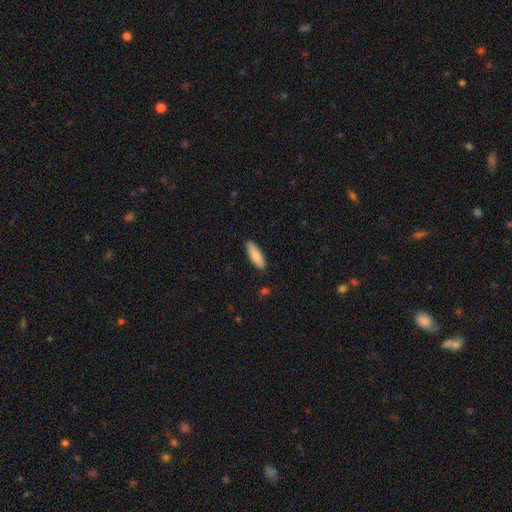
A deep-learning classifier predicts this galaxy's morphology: Q: Smooth or featured?
A: smooth (82%); runner-up: featured or disk (12%)
Q: How rounded?
A: cigar-shaped (52%); runner-up: in between (47%)
Q: Merging?
A: none (89%); runner-up: minor disturbance (8%)